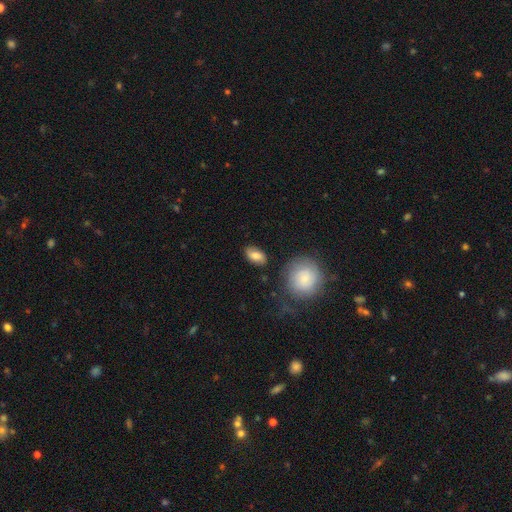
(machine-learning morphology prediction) smooth_or_featured: smooth (p=0.77) [alt: featured or disk p=0.15]
how_rounded: in between (p=0.87) [alt: round p=0.10]
merging: none (p=0.80) [alt: minor disturbance p=0.13]